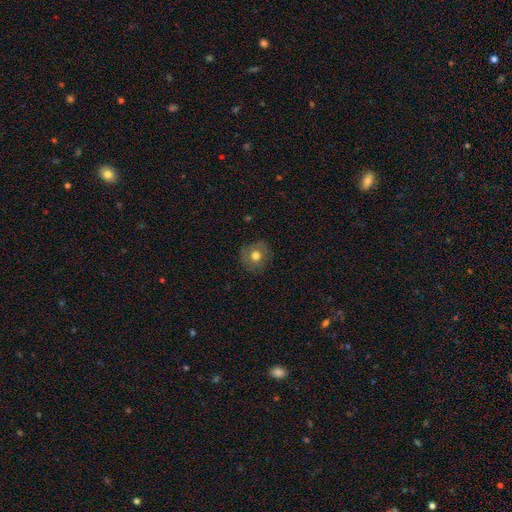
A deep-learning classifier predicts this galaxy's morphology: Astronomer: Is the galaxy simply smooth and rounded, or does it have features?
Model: smooth — 67%.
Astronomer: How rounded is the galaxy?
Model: round — 90%.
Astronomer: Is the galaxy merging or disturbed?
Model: none — 84%.